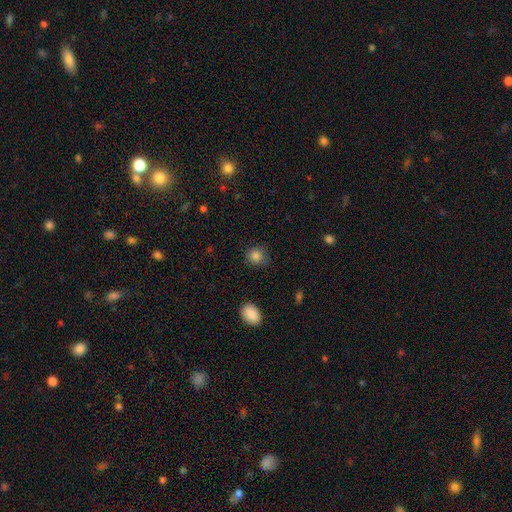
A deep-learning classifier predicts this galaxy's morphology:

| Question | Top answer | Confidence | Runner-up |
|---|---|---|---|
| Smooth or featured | smooth | 84% | star or artifact (11%) |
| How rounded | round | 84% | in between (15%) |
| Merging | none | 83% | minor disturbance (13%) |